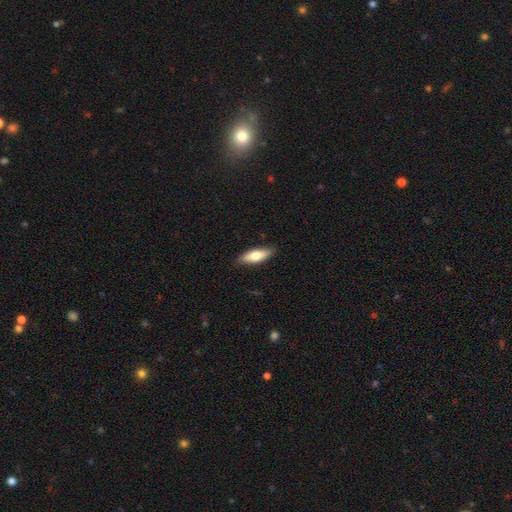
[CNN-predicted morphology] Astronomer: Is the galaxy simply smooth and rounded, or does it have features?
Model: smooth — 71%.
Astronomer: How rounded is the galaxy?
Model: in between — 63%.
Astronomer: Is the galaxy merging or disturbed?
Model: none — 83%.